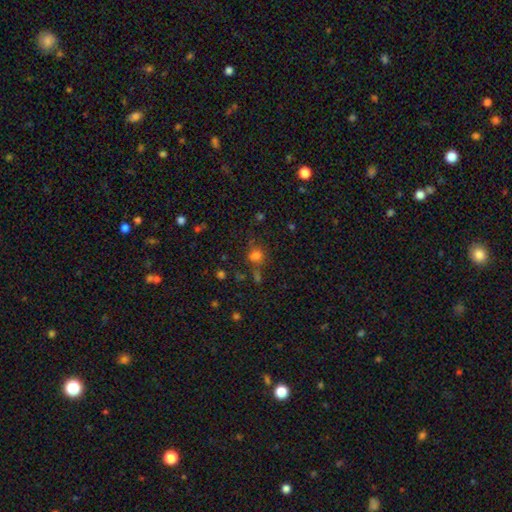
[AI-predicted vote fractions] Q: Smooth or featured?
A: smooth (73%); runner-up: star or artifact (19%)
Q: How rounded?
A: round (76%); runner-up: in between (23%)
Q: Merging?
A: none (61%); runner-up: minor disturbance (17%)